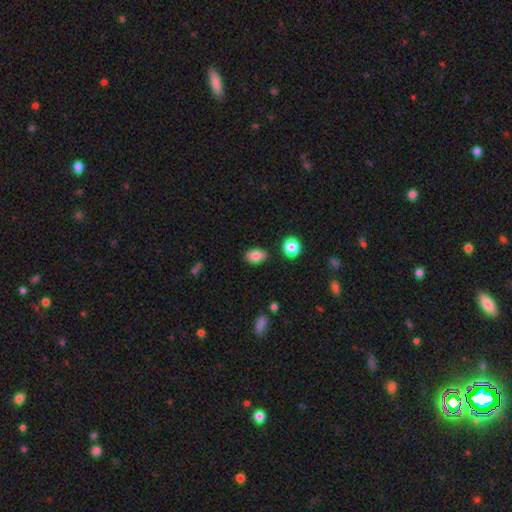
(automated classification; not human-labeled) Smooth or featured?
  - smooth: 85% *
  - star or artifact: 9%
  - featured or disk: 6%
How rounded?
  - in between: 85% *
  - round: 14%
  - cigar-shaped: 1%
Merging?
  - none: 85% *
  - minor disturbance: 10%
  - merger: 3%
  - major disturbance: 3%